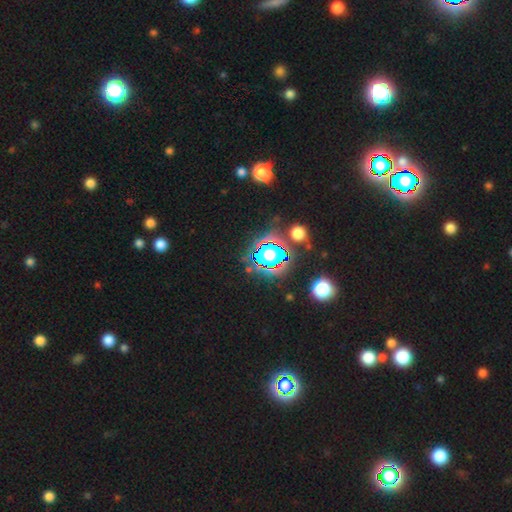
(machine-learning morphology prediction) This is clearly a star or artifact rather than a galaxy (82%).